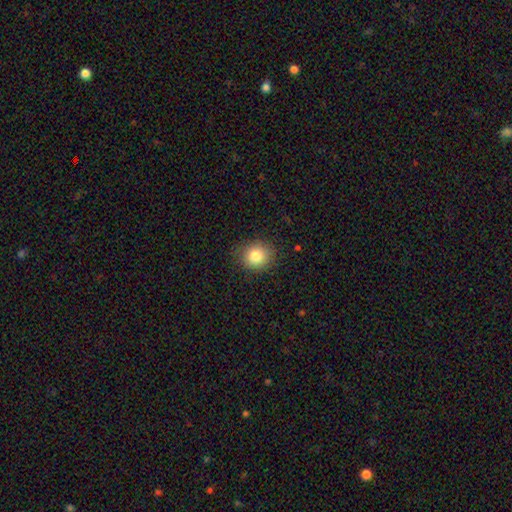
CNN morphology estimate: Overall: smooth (82%). How rounded: round (80%). Merging: none (85%).